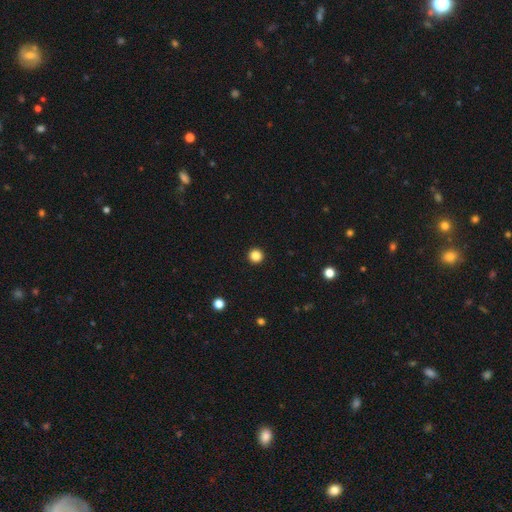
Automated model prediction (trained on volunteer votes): smooth 85%, star or artifact 11%, featured or disk 3%. Down the decision tree: how rounded — round (97%); merging — none (94%).